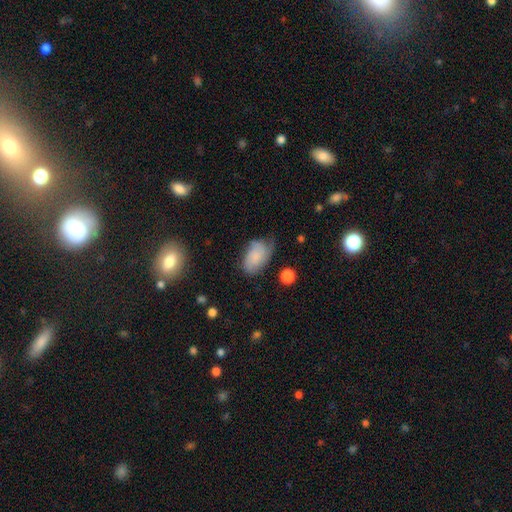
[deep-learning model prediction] smooth 70%, featured or disk 21%, star or artifact 9%. Down the decision tree: how rounded — in between (91%); merging — none (47%).